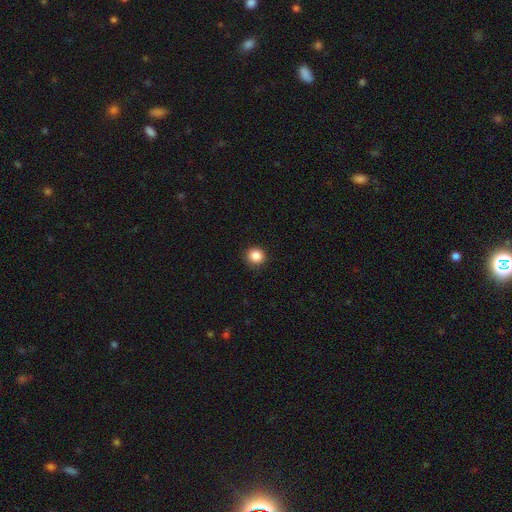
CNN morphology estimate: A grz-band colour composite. It shows a smooth galaxy with no disk features (87%) that is round (93%). Merging: none (89%).